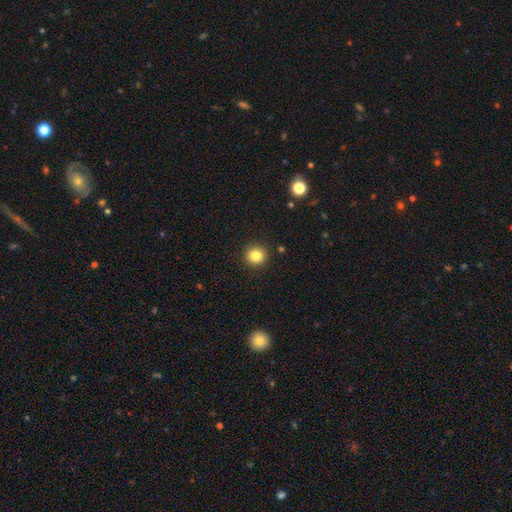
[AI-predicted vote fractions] Smooth or featured: smooth — 84% (star or artifact — 11%)
How rounded: round — 91% (in between — 8%)
Merging: none — 92% (minor disturbance — 5%)